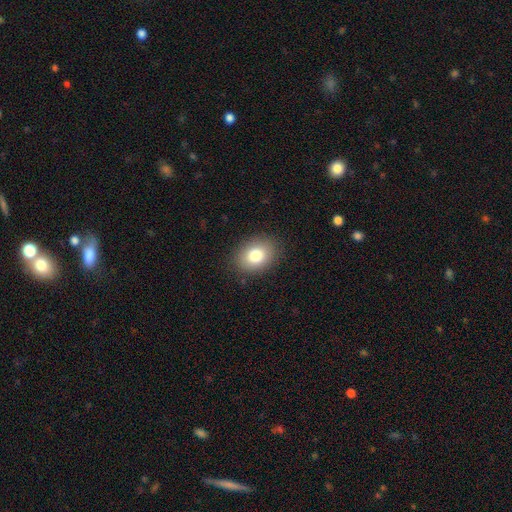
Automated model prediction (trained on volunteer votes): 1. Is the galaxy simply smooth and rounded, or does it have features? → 81% smooth, 10% featured or disk, 9% star or artifact.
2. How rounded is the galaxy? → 62% in between, 37% round, 1% cigar-shaped.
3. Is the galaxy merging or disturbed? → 87% none, 10% minor disturbance, 3% major disturbance, 1% merger.